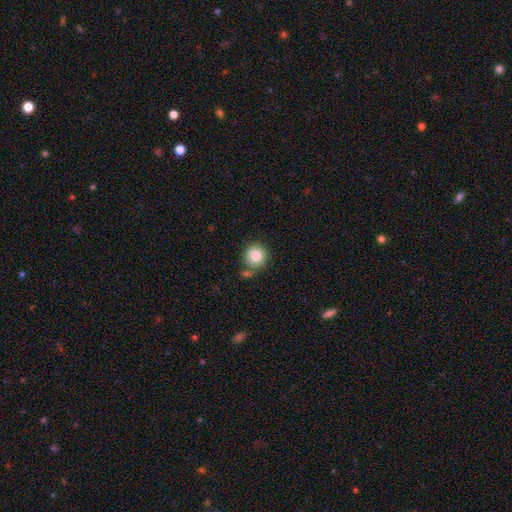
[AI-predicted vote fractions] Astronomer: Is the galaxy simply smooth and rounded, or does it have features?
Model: smooth — 84%.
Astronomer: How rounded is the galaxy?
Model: round — 93%.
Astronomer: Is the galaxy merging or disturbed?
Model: none — 74%.